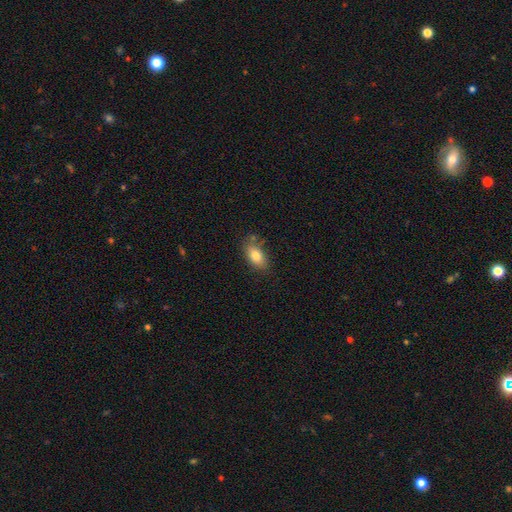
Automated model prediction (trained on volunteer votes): Smooth or featured? Predicted: smooth (p=0.81). How rounded? Predicted: in between (p=0.89). Merging? Predicted: none (p=0.73).